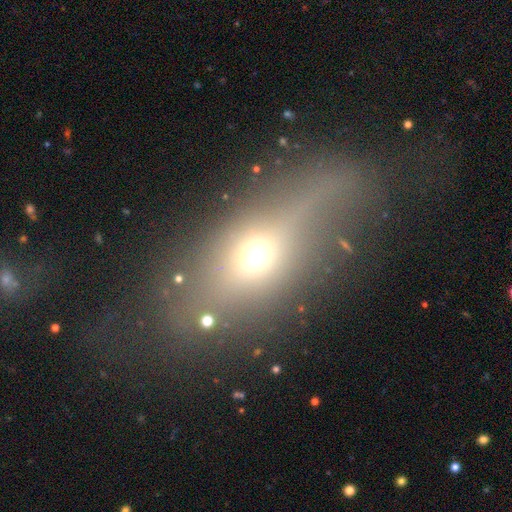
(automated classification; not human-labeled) A smooth galaxy with no disk features (46%). Merging: none (58%).